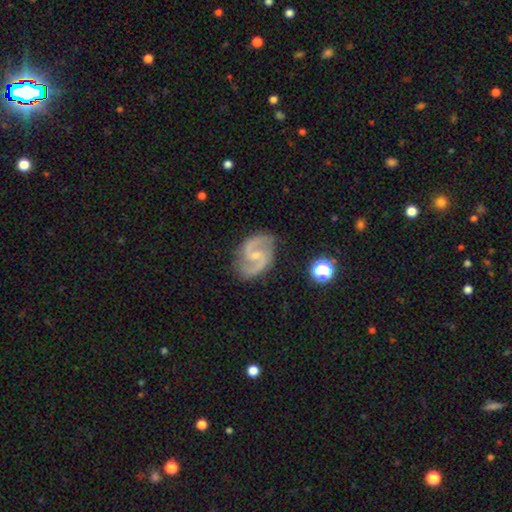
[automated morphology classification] smooth_or_featured: featured or disk (p=0.91) [alt: smooth p=0.05]
disk_edge_on: no (p=0.98) [alt: yes p=0.02]
bar: weak (p=0.53) [alt: no p=0.32]
has_spiral_arms: yes (p=0.98) [alt: no p=0.02]
spiral_winding: medium (p=0.62) [alt: loose p=0.22]
spiral_arm_count: 2 (p=0.94) [alt: can't tell p=0.02]
bulge_size: small (p=0.65) [alt: moderate p=0.26]
merging: none (p=0.81) [alt: minor disturbance p=0.13]